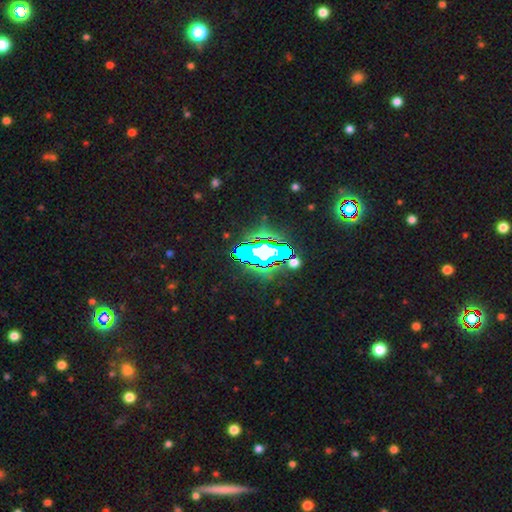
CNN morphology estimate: A star or artifact, not a galaxy (63%).

Vote fractions:
- Smooth or featured? star or artifact: 63% / featured or disk: 19% / smooth: 18%